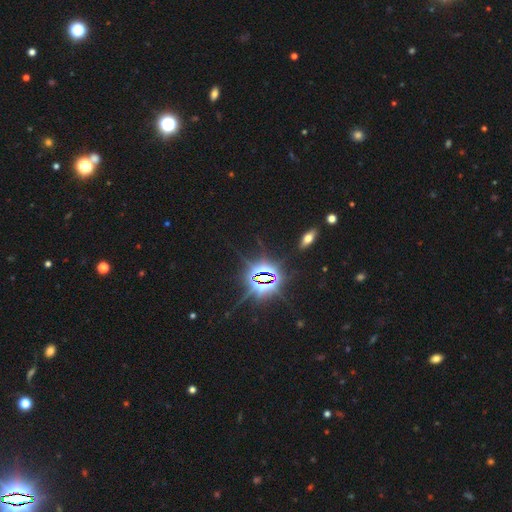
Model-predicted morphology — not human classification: Smooth or featured?
  - star or artifact: 79% *
  - smooth: 14%
  - featured or disk: 7%